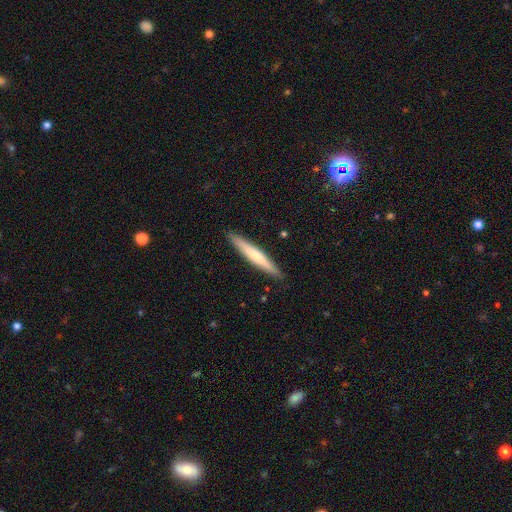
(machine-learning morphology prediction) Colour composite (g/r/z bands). It shows a smooth galaxy with no disk features (55%) that is cigar-shaped (95%). Merging: none (90%).